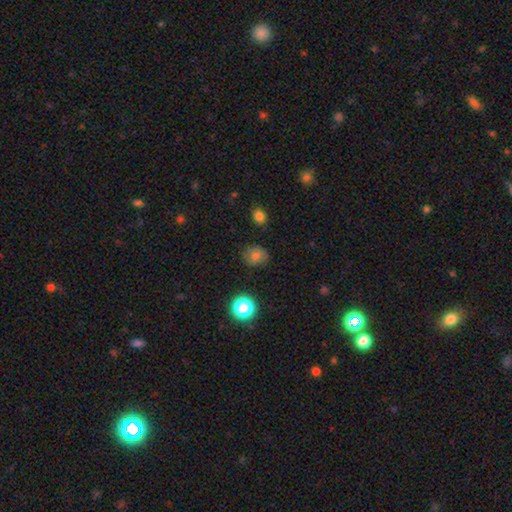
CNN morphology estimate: Smooth or featured?
  - smooth: 76% *
  - star or artifact: 16%
  - featured or disk: 7%
How rounded?
  - round: 71% *
  - in between: 28%
  - cigar-shaped: 1%
Merging?
  - none: 81% *
  - minor disturbance: 13%
  - major disturbance: 4%
  - merger: 2%